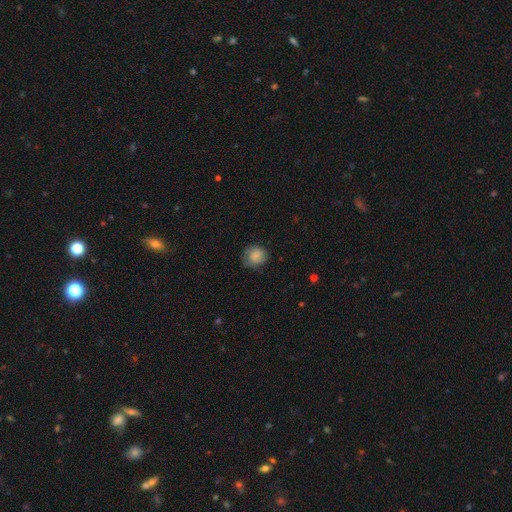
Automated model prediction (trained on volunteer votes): Smooth or featured?
  - smooth: 81% *
  - featured or disk: 10%
  - star or artifact: 8%
How rounded?
  - round: 75% *
  - in between: 24%
  - cigar-shaped: 1%
Merging?
  - none: 66% *
  - minor disturbance: 25%
  - major disturbance: 8%
  - merger: 1%